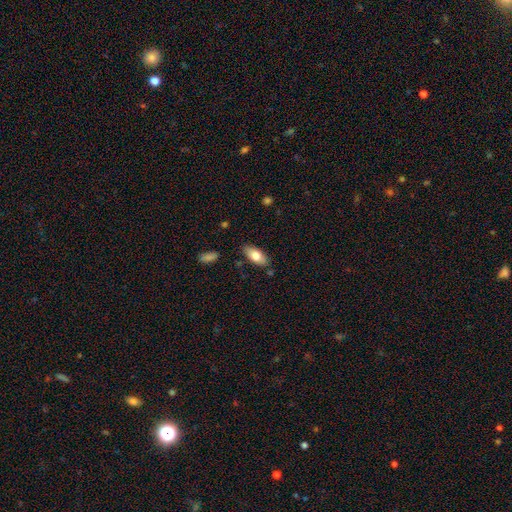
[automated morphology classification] This appears to be a smooth galaxy with no disk features (77%) that is in between round and cigar-shaped (89%). Merging: none (83%).